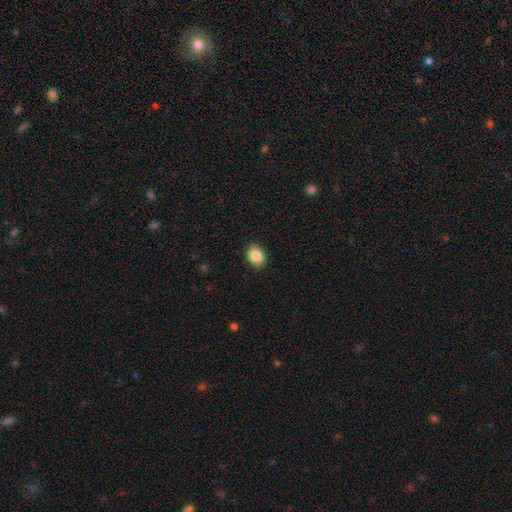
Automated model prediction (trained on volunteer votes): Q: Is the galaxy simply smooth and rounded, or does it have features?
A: smooth — 88%.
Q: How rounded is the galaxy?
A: in between — 73%.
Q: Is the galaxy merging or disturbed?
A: none — 90%.